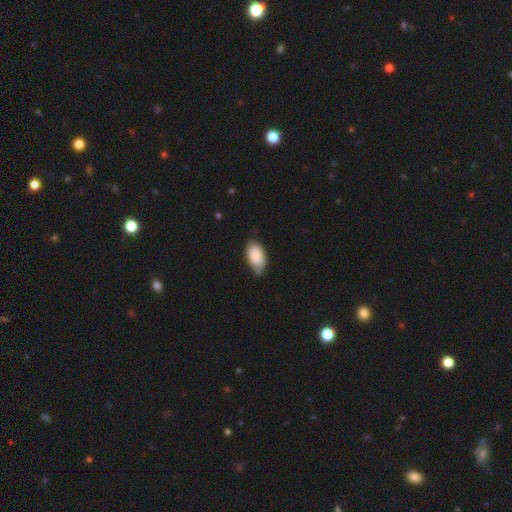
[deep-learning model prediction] Smooth or featured?
  - smooth: 86% *
  - featured or disk: 8%
  - star or artifact: 6%
How rounded?
  - in between: 94% *
  - round: 4%
  - cigar-shaped: 2%
Merging?
  - none: 51% *
  - minor disturbance: 40%
  - major disturbance: 7%
  - merger: 2%